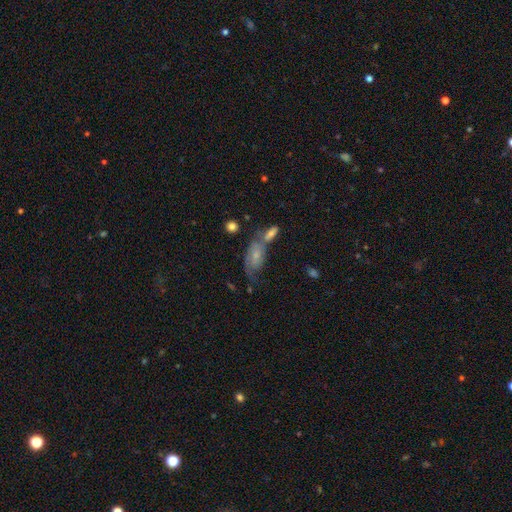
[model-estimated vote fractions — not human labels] Smooth or featured: smooth — 48% (featured or disk — 44%)
Merging: none — 33% (merger — 30%)